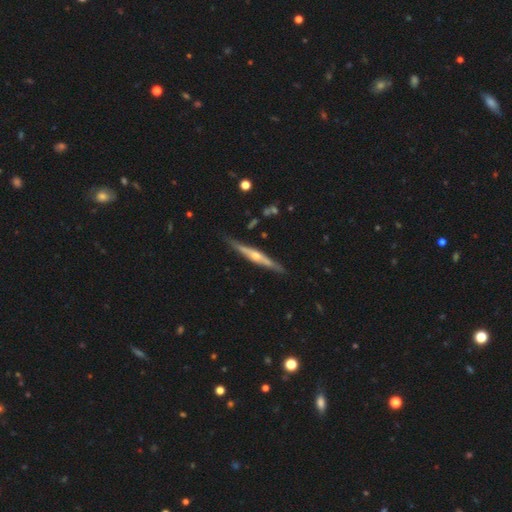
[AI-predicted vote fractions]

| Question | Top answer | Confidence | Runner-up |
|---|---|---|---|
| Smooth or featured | featured or disk | 79% | smooth (16%) |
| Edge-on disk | yes | 97% | no (3%) |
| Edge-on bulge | rounded | 88% | none (7%) |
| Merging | none | 86% | minor disturbance (10%) |